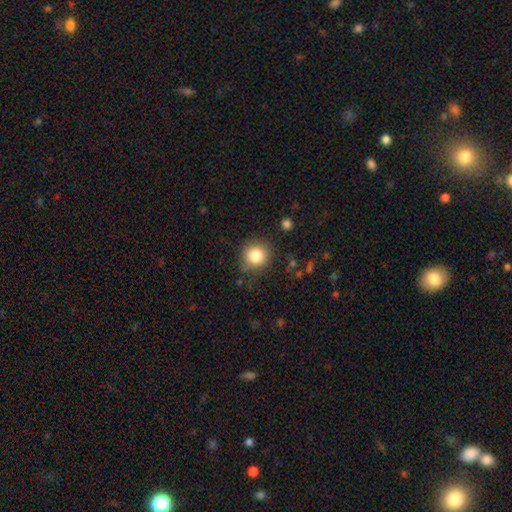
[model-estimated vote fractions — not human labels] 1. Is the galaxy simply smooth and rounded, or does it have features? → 83% smooth, 11% star or artifact, 7% featured or disk.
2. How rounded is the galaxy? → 89% round, 10% in between, 1% cigar-shaped.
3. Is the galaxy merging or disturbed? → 80% none, 13% minor disturbance, 4% major disturbance, 2% merger.